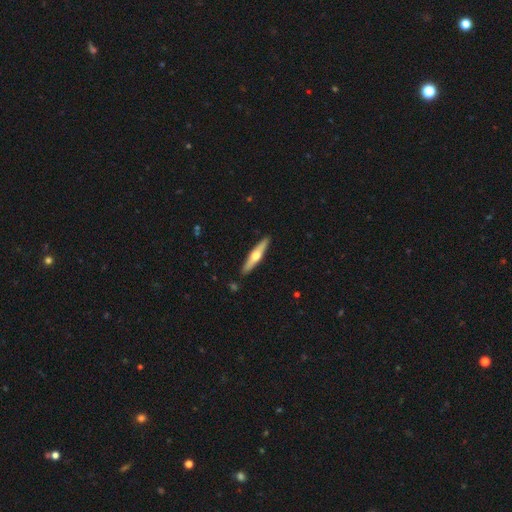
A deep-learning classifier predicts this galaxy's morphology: Smooth or featured? featured or disk (60%)
Edge-on disk? yes (95%)
Edge-on bulge? rounded (94%)
Merging? none (91%)